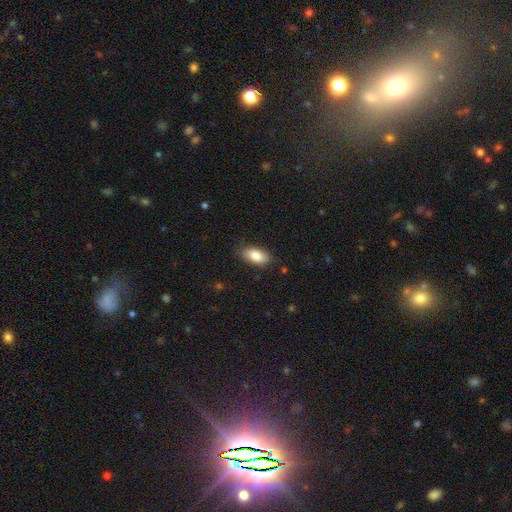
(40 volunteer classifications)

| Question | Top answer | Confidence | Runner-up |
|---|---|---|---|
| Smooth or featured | smooth | 95% | featured or disk (2%) |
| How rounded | in between | 97% | cigar-shaped (3%) |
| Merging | none | 82% | minor disturbance (10%) |